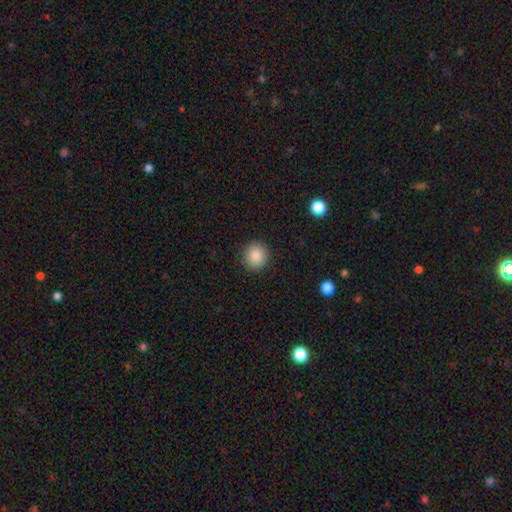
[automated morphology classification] Smooth or featured? smooth (88%)
How rounded? round (90%)
Merging? none (91%)